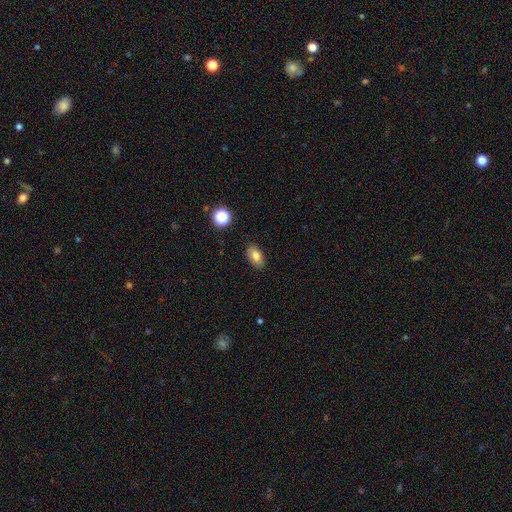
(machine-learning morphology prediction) The model was most divided on "smooth or featured": smooth: 78%, featured or disk: 13%, star or artifact: 9%. More confident: how rounded — in between (90%); merging — none (87%).